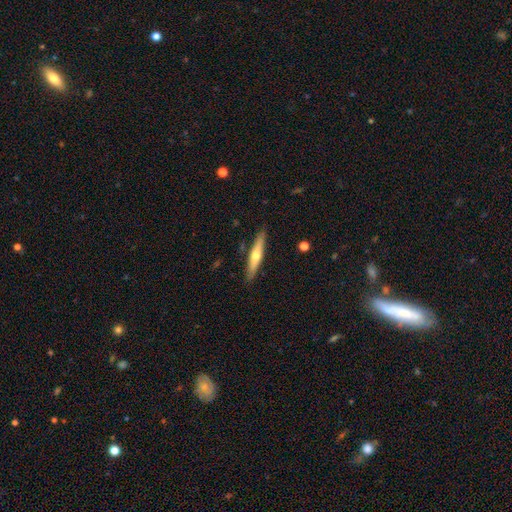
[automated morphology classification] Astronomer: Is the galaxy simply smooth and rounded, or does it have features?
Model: featured or disk — 52% (runner-up: smooth, 42%).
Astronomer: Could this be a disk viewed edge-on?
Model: yes — 92%.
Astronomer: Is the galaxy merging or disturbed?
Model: none — 88%.